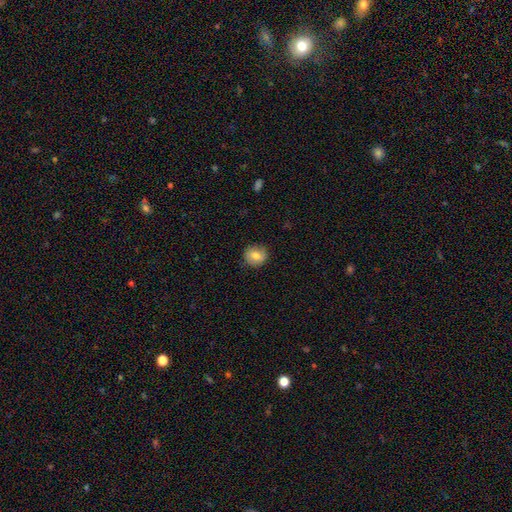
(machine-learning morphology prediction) Q: Smooth or featured?
A: smooth (76%); runner-up: featured or disk (15%)
Q: How rounded?
A: round (85%); runner-up: in between (14%)
Q: Merging?
A: none (86%); runner-up: minor disturbance (11%)